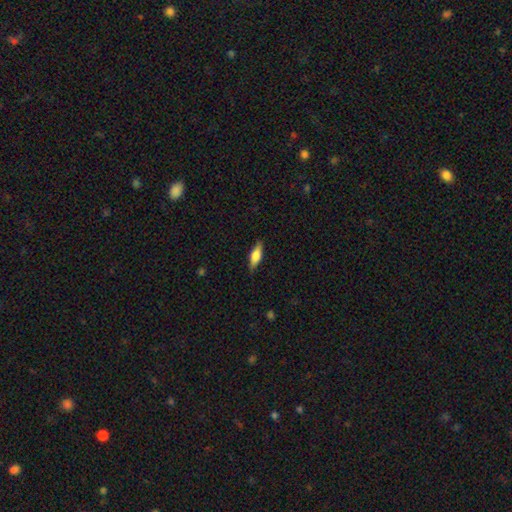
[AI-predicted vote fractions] Smooth or featured? smooth (59%)
How rounded? in between (56%)
Merging? none (86%)